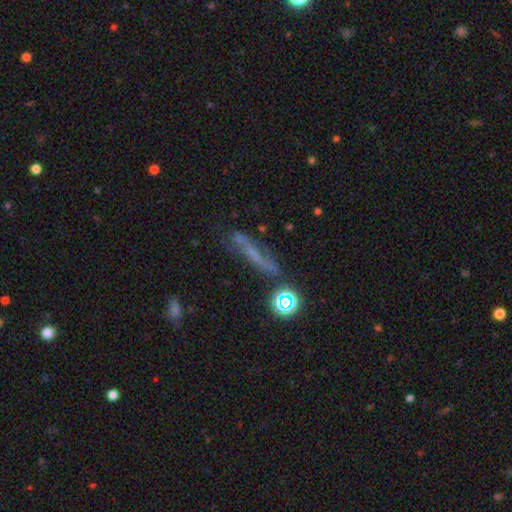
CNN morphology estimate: A featured or disk galaxy (46%). Merging: none (58%).